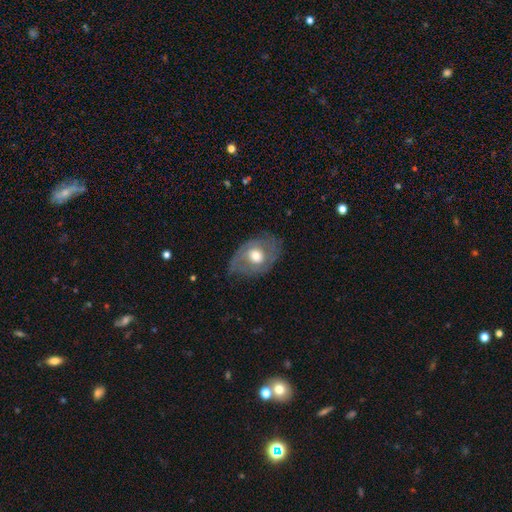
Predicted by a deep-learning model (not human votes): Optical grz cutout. It shows a featured or disk galaxy (58%) with no bar (73%), spiral arms (59%) and a moderate central bulge (69%). Merging: none (62%).